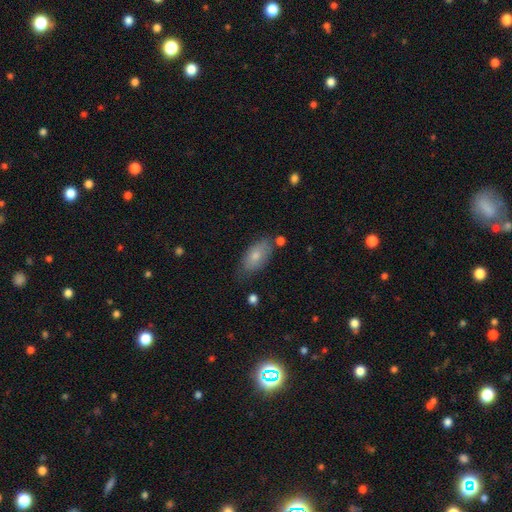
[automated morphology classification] smooth_or_featured: smooth (p=0.74) [alt: featured or disk p=0.19]
how_rounded: in between (p=0.91) [alt: cigar-shaped p=0.05]
merging: none (p=0.64) [alt: minor disturbance p=0.26]